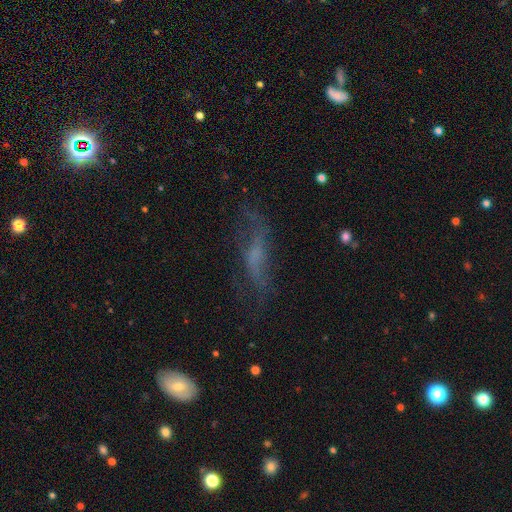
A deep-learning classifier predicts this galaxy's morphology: A featured or disk galaxy (53%). Merging: none (53%).